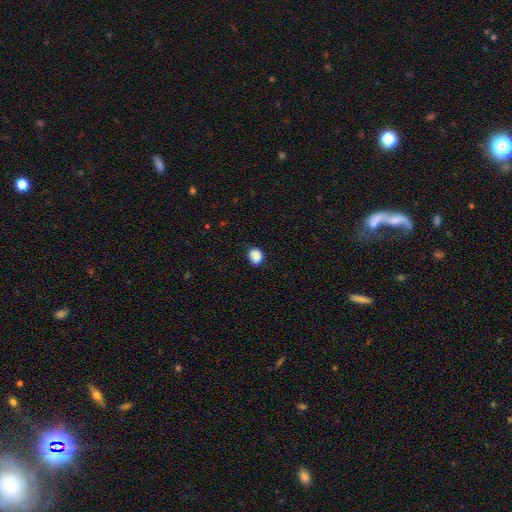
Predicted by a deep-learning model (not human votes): The model was most divided on "how rounded": round: 60%, in between: 39%, cigar-shaped: 1%. More confident: smooth or featured — smooth (89%); merging — none (84%).